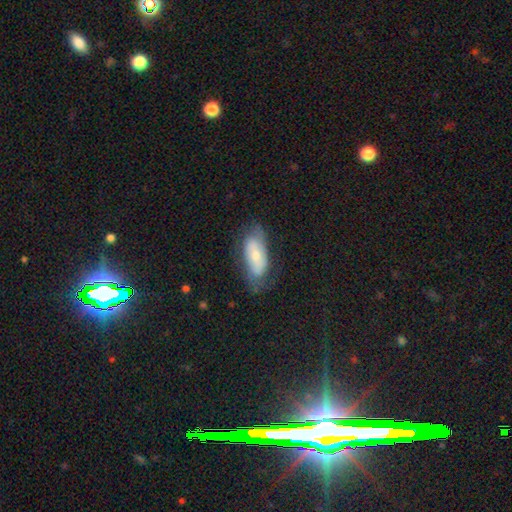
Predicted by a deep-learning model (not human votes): smooth-or-featured: smooth: 52% | featured or disk: 41% | star or artifact: 7%
  how-rounded: in between: 85% | cigar-shaped: 12% | round: 3%
  merging: none: 64% | minor disturbance: 25% | major disturbance: 10% | merger: 2%